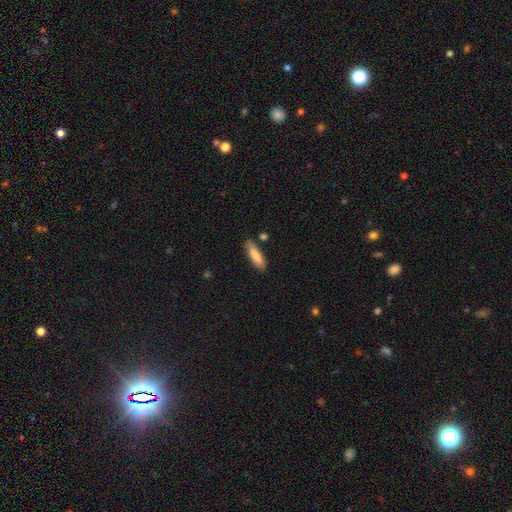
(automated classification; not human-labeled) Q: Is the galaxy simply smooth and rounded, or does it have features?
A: smooth — 79%.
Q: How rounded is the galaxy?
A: cigar-shaped — 61%.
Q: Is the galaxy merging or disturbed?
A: none — 76%.